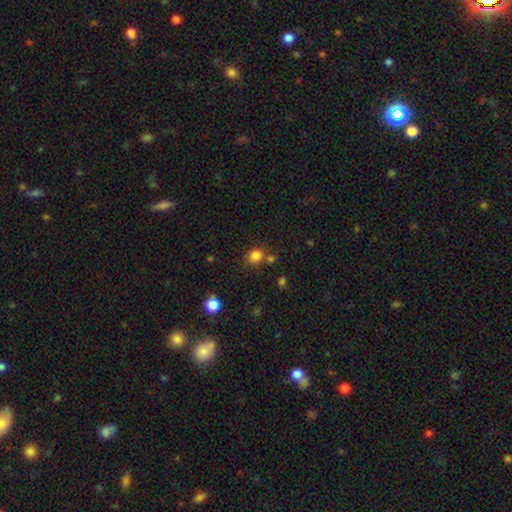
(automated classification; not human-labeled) This is clearly a smooth galaxy (82%). How rounded: likely round (72%). Merging: likely none (68%).